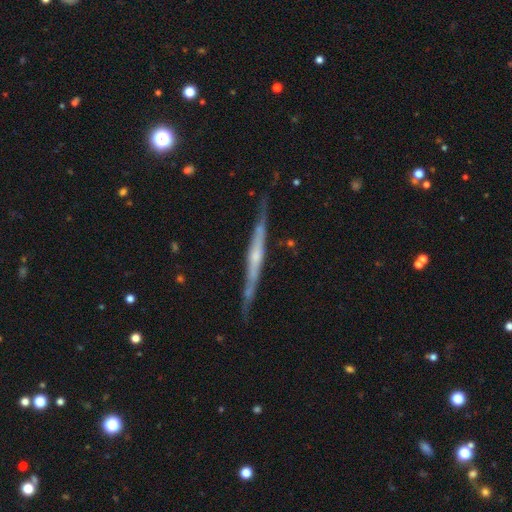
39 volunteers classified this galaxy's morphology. featured or disk 77%, smooth 15%, star or artifact 8%. Down the decision tree: edge-on disk — yes (93%); edge-on bulge — rounded (50%); merging — none (92%).